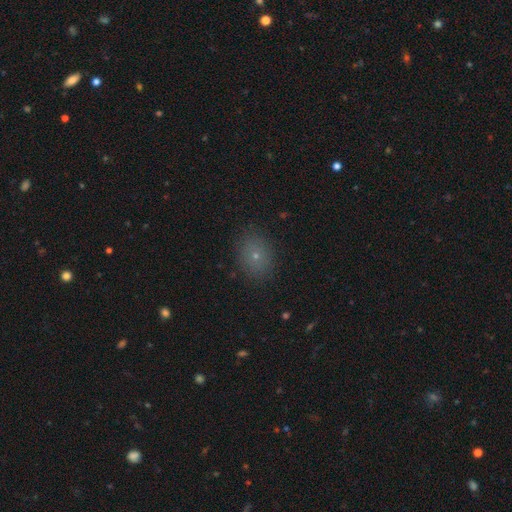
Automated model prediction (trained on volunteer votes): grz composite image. It shows a smooth galaxy with no disk features (70%) that is in between round and cigar-shaped (52%). Merging: none (85%).